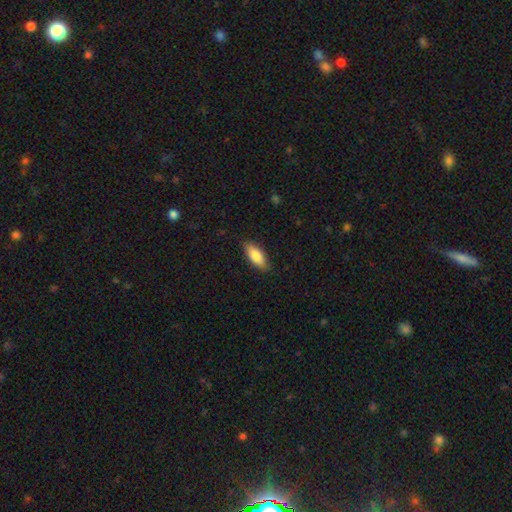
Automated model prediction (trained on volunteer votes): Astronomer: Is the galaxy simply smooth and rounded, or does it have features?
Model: smooth — 84%.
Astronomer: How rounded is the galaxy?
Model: in between — 79%.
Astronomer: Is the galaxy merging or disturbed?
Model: none — 85%.